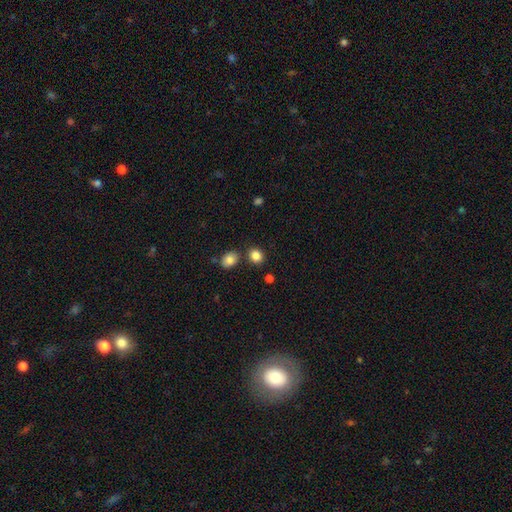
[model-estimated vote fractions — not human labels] Morphology: type=smooth (85%); roundness=round (63%); merging=none (76%).